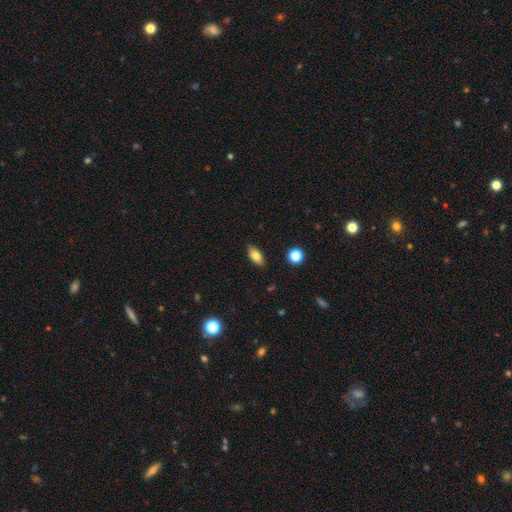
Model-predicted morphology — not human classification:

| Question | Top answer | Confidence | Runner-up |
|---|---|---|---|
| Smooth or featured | smooth | 78% | featured or disk (14%) |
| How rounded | in between | 85% | cigar-shaped (10%) |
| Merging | none | 87% | minor disturbance (9%) |